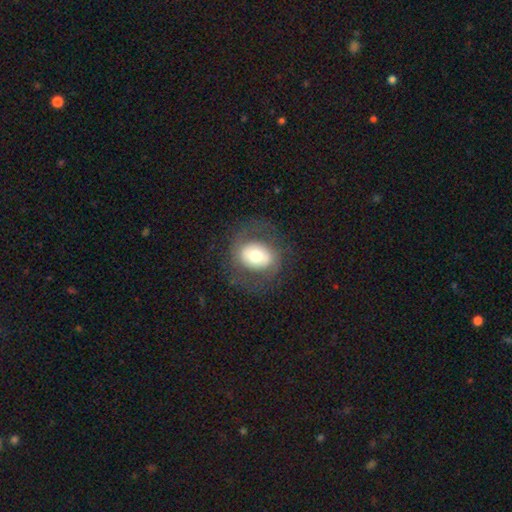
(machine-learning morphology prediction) A smooth galaxy with no disk features (48%). Merging: none (73%).